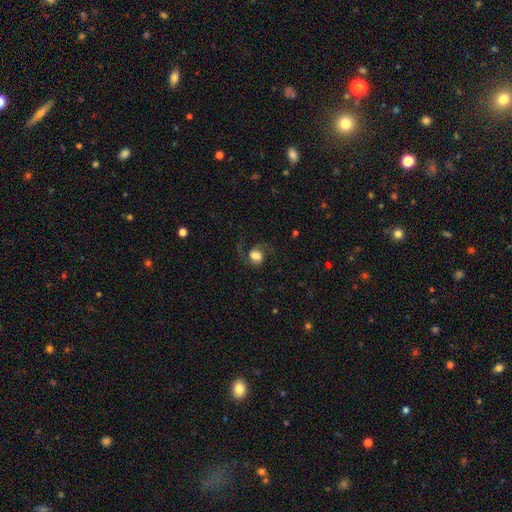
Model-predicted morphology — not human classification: This is possibly a featured or disk galaxy (45%). Merging: possibly none (54%).